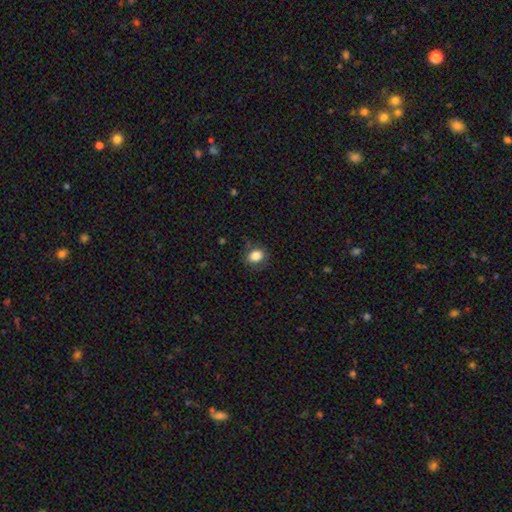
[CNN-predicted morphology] Smooth or featured? smooth (85%)
How rounded? round (52%)
Merging? none (79%)